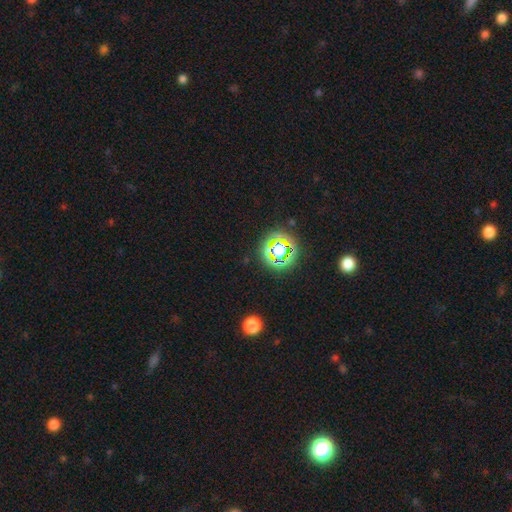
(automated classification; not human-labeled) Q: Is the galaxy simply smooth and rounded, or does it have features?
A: star or artifact — 75%.